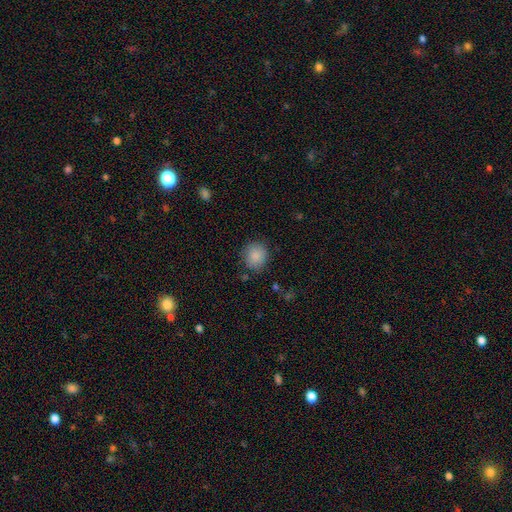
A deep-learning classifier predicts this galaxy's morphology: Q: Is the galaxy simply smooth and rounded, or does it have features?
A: smooth — 87%.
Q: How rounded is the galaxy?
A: round — 84%.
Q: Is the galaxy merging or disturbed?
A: none — 83%.